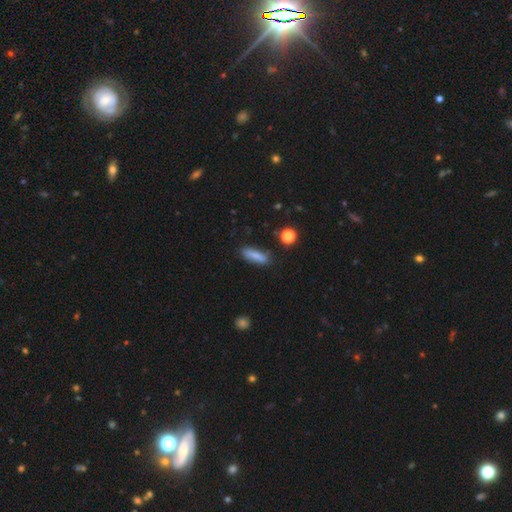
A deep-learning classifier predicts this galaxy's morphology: A smooth galaxy with no disk features (80%) that is cigar-shaped (61%).

Vote fractions:
- Smooth or featured? smooth: 80% / featured or disk: 12% / star or artifact: 8%
- How rounded? cigar-shaped: 61% / in between: 36% / round: 3%
- Merging? none: 82% / minor disturbance: 12% / major disturbance: 3% / merger: 3%